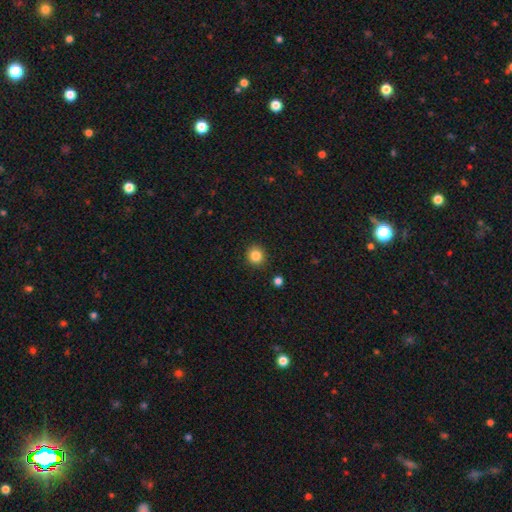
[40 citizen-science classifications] Smooth or featured?
  - smooth: 92% *
  - star or artifact: 5%
  - featured or disk: 2%
How rounded?
  - round: 100% *
  - in between: 0%
  - cigar-shaped: 0%
Merging?
  - none: 95% *
  - minor disturbance: 3%
  - major disturbance: 3%
  - merger: 0%